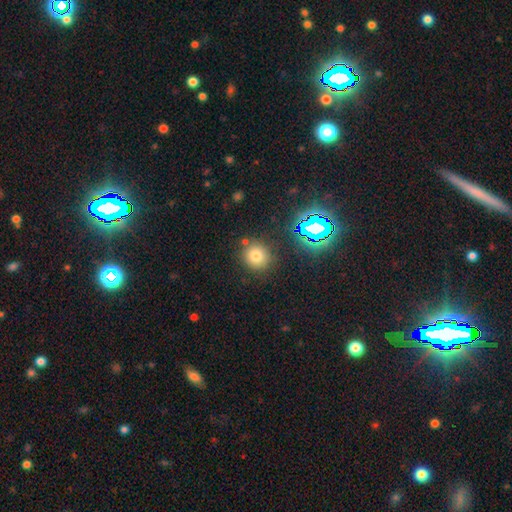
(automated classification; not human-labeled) Smooth or featured? Predicted: smooth (p=0.72). How rounded? Predicted: round (p=0.90). Merging? Predicted: none (p=0.82).